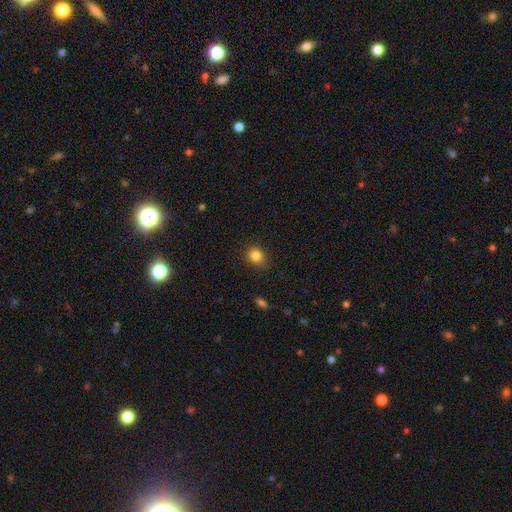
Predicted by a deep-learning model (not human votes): Morphology: type=smooth (84%); roundness=round (73%); merging=none (86%).